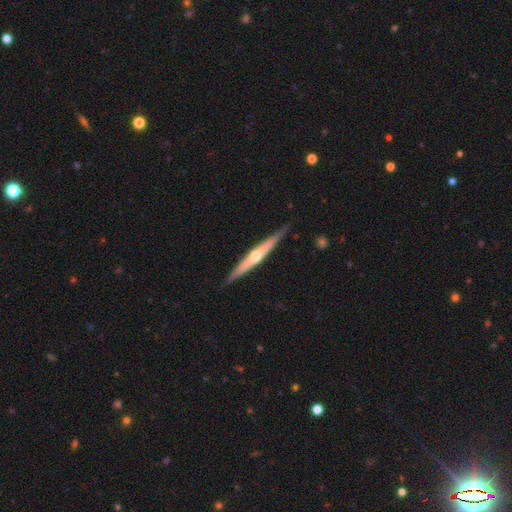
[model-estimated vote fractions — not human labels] This is likely a featured or disk galaxy (71%). It is clearly viewed edge-on (97%). Edge-on bulge: clearly rounded (85%). Merging: clearly none (88%).